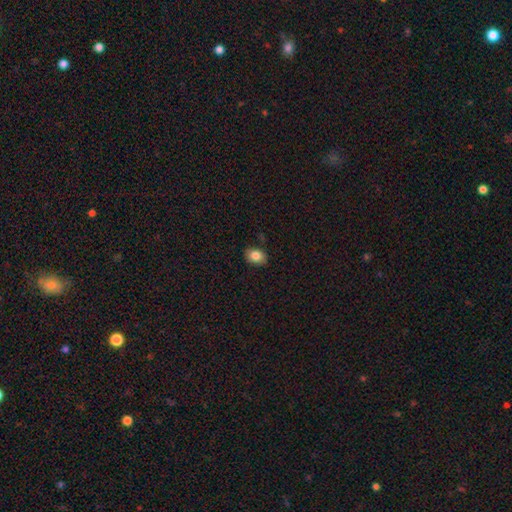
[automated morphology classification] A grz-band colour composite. It shows a smooth galaxy with no disk features (83%) that is in between round and cigar-shaped (74%). Merging: none (87%).